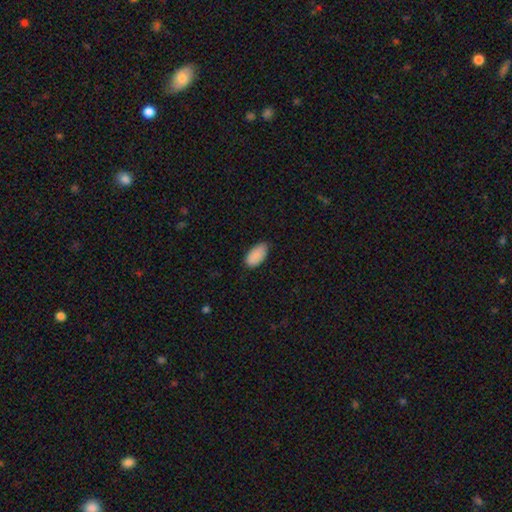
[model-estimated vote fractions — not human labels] Morphology: type=smooth (90%); roundness=in between (95%); merging=none (79%).